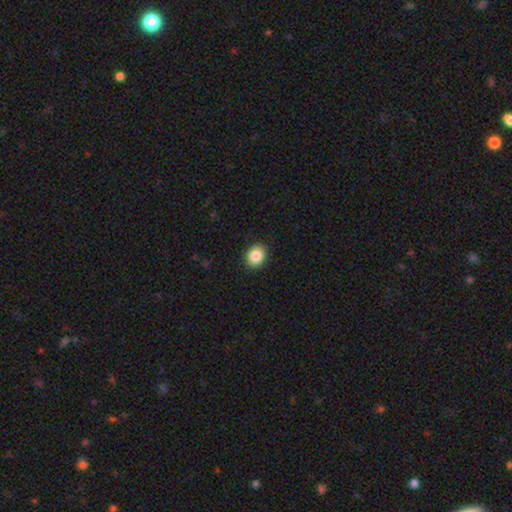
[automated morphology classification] This is clearly a smooth galaxy (85%). How rounded: possibly round (58%). Merging: clearly none (90%).